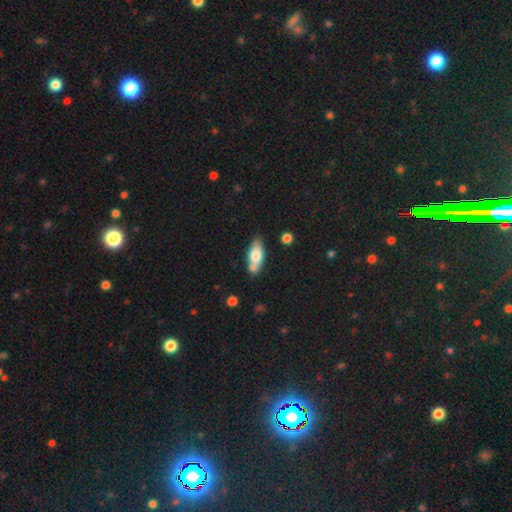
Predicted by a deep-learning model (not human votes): Smooth or featured? smooth (71%)
How rounded? in between (75%)
Merging? none (62%)